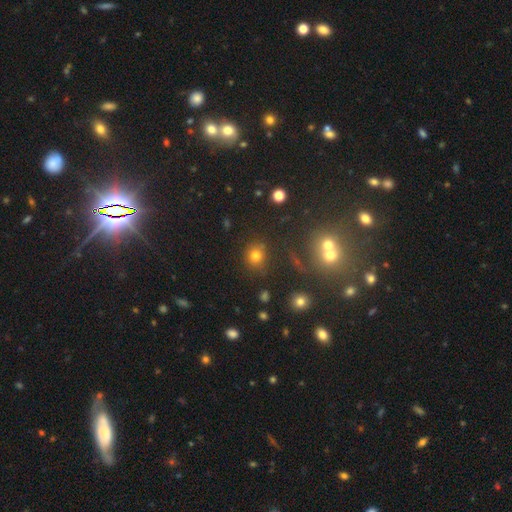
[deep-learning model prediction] smooth 74%, star or artifact 18%, featured or disk 8%. Down the decision tree: how rounded — round (79%); merging — none (77%).